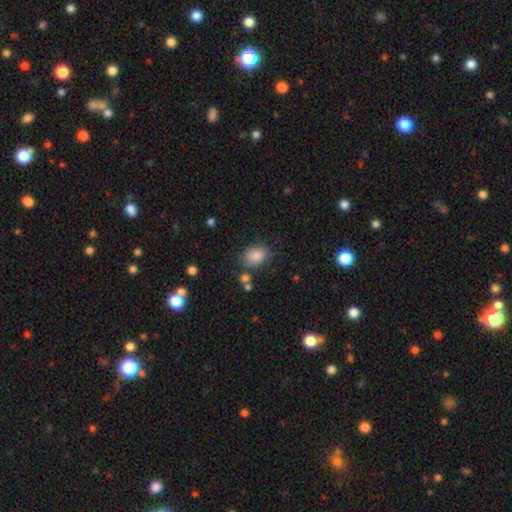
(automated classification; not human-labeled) smooth-or-featured: smooth: 85% | star or artifact: 9% | featured or disk: 6%
  how-rounded: in between: 67% | round: 32% | cigar-shaped: 1%
  merging: none: 72% | minor disturbance: 17% | major disturbance: 5% | merger: 5%